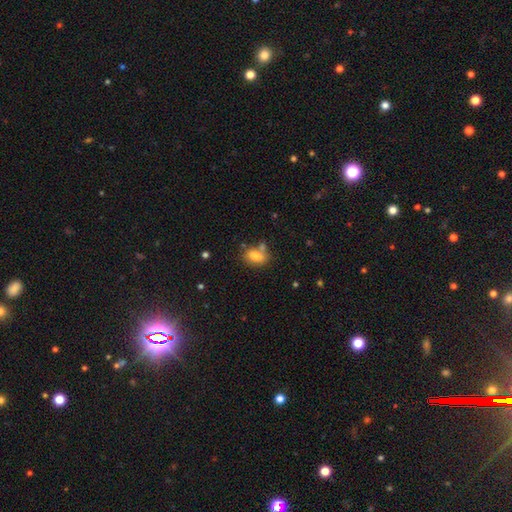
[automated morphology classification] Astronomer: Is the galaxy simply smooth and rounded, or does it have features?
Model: smooth — 78%.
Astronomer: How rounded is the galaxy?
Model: in between — 82%.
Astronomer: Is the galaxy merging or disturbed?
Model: none — 61%.